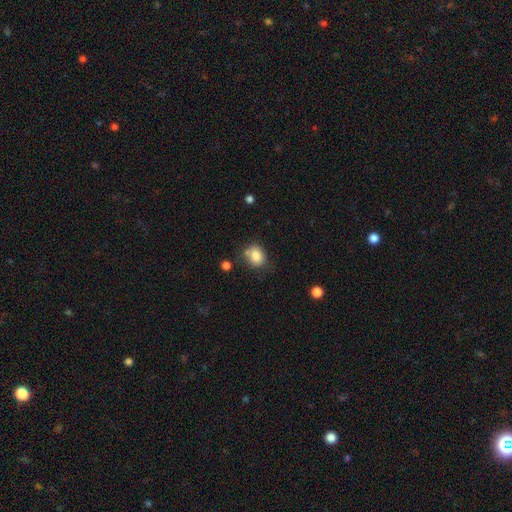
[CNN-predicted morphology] Q: Smooth or featured?
A: smooth (83%); runner-up: star or artifact (10%)
Q: How rounded?
A: round (55%); runner-up: in between (44%)
Q: Merging?
A: none (60%); runner-up: minor disturbance (23%)